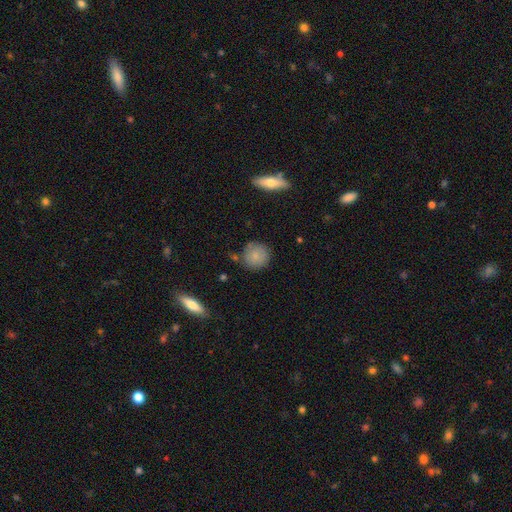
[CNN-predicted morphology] smooth_or_featured: smooth (p=0.82) [alt: featured or disk p=0.10]
how_rounded: round (p=0.92) [alt: in between p=0.07]
merging: none (p=0.76) [alt: minor disturbance p=0.15]